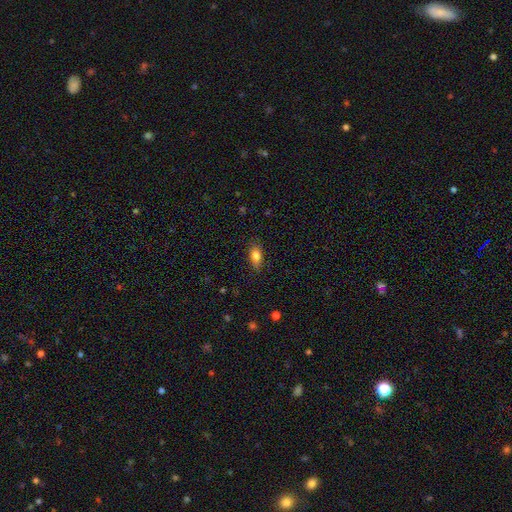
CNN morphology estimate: This is clearly a smooth galaxy (81%). How rounded: clearly in between (82%). Merging: clearly none (83%).